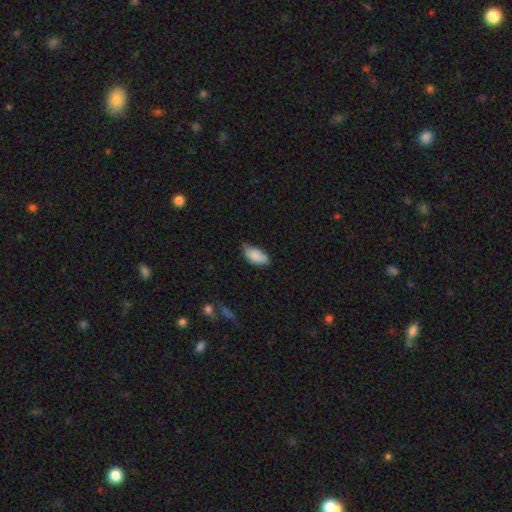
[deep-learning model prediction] Q: Smooth or featured?
A: smooth (88%); runner-up: star or artifact (7%)
Q: How rounded?
A: in between (91%); runner-up: cigar-shaped (7%)
Q: Merging?
A: none (64%); runner-up: minor disturbance (29%)